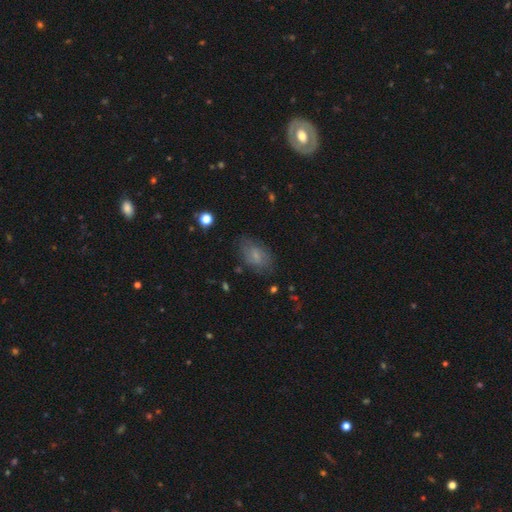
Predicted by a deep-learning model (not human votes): A smooth galaxy with no disk features (67%) that is in between round and cigar-shaped (89%). Merging: none (72%).